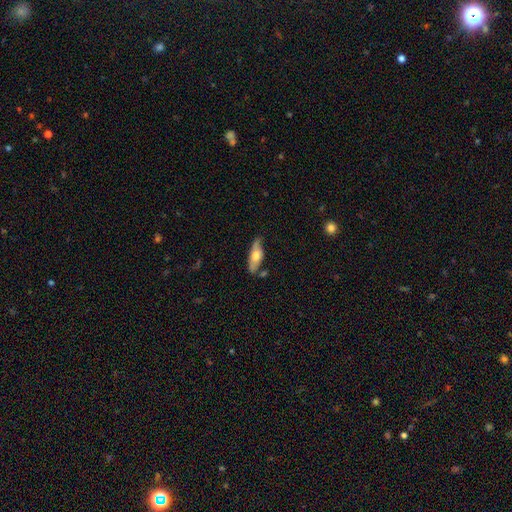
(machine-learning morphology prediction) This appears to be a smooth galaxy with no disk features (56%) that is in between round and cigar-shaped (67%). Merging: none (66%).